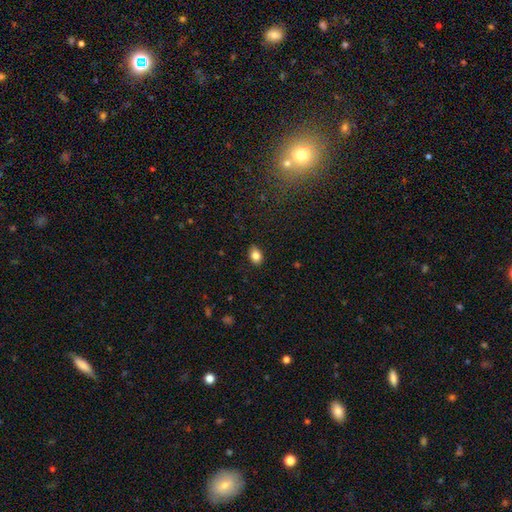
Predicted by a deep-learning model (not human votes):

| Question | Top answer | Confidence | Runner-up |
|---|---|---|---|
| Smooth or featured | smooth | 84% | star or artifact (9%) |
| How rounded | in between | 74% | round (25%) |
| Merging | none | 87% | minor disturbance (10%) |